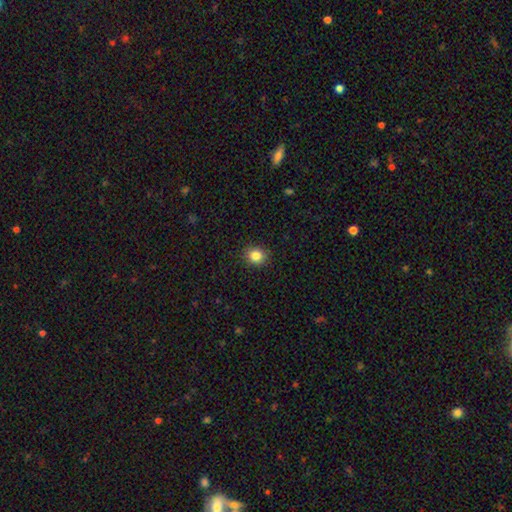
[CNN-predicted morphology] type=smooth (84%); roundness=round (82%); merging=none (90%).